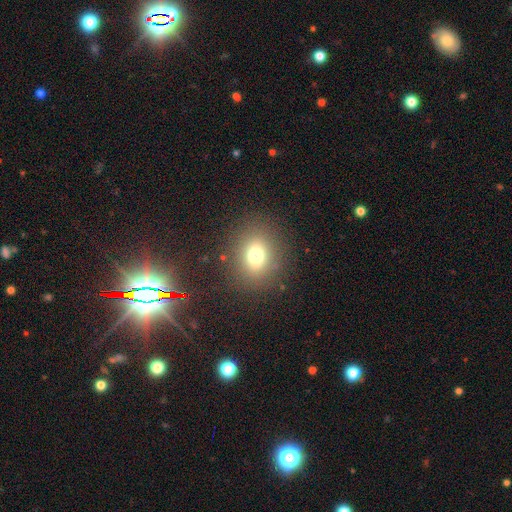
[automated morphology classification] smooth-or-featured: smooth: 74% | star or artifact: 16% | featured or disk: 11%
  how-rounded: round: 60% | in between: 39% | cigar-shaped: 1%
  merging: none: 85% | minor disturbance: 8% | major disturbance: 5% | merger: 2%